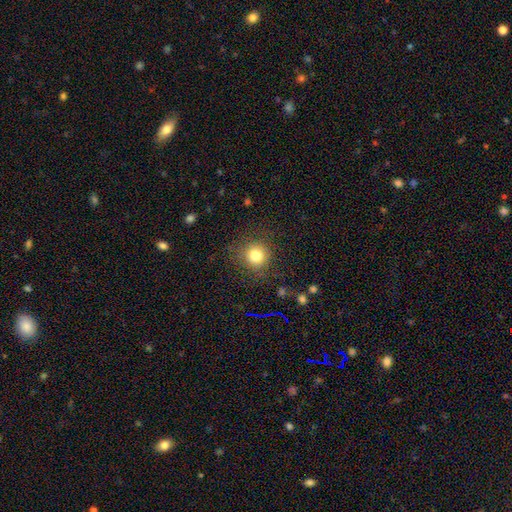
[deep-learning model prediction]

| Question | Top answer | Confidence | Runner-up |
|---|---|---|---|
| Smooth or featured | smooth | 80% | star or artifact (13%) |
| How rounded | round | 92% | in between (7%) |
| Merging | none | 85% | minor disturbance (9%) |